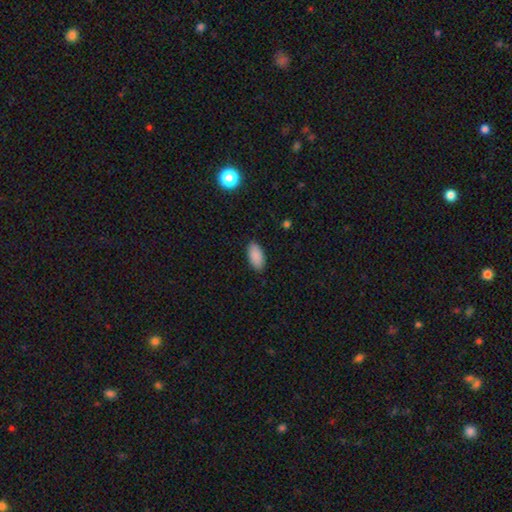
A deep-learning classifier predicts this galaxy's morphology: Smooth or featured: smooth — 89% (star or artifact — 7%)
How rounded: in between — 93% (cigar-shaped — 5%)
Merging: none — 88% (minor disturbance — 9%)